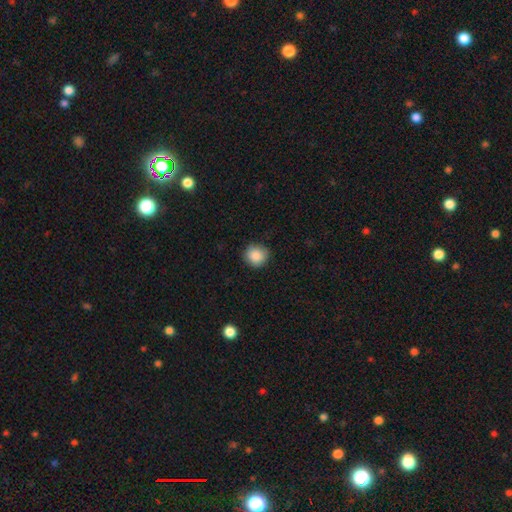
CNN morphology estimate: smooth_or_featured: smooth (p=0.88) [alt: star or artifact p=0.08]
how_rounded: round (p=0.90) [alt: in between p=0.09]
merging: none (p=0.87) [alt: minor disturbance p=0.10]